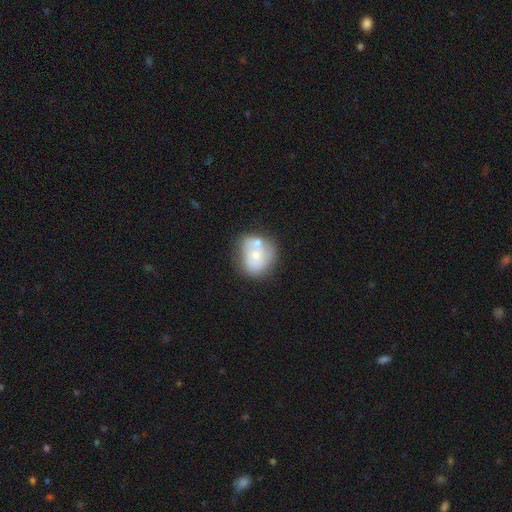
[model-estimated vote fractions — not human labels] This appears to be a smooth galaxy with no disk features (57%) that is round (70%). Merging: merger (38%).